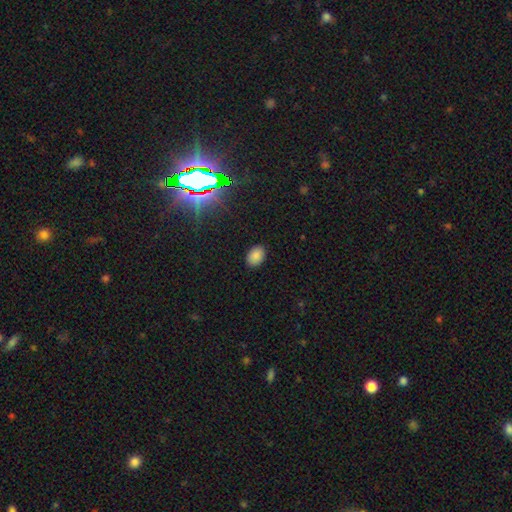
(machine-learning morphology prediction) Smooth or featured? Predicted: smooth (p=0.85). How rounded? Predicted: in between (p=0.84). Merging? Predicted: none (p=0.88).